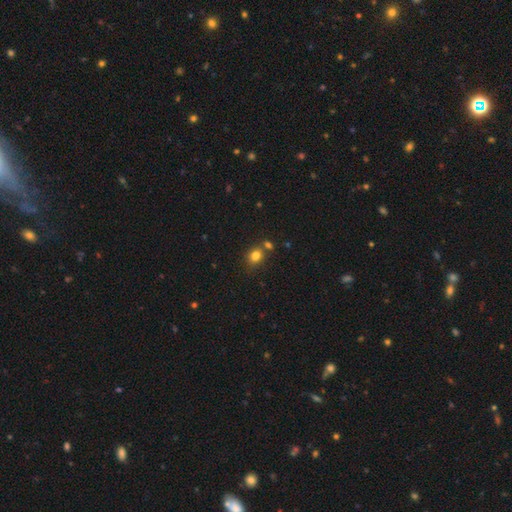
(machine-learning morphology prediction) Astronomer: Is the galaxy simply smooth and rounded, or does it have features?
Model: smooth — 81%.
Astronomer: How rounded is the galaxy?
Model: round — 68%.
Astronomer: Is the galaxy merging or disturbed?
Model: none — 66%.